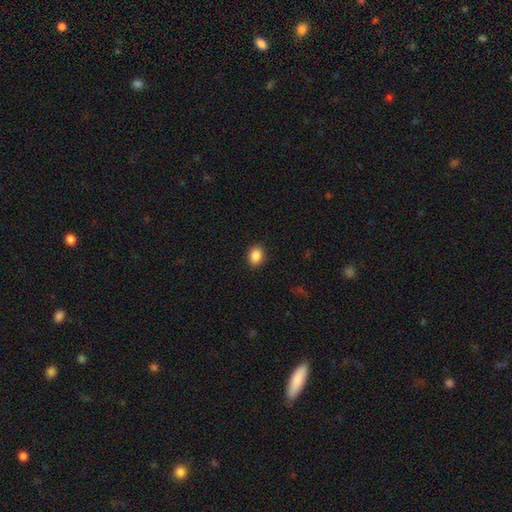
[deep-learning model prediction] Smooth or featured?
  - smooth: 88% *
  - star or artifact: 9%
  - featured or disk: 4%
How rounded?
  - in between: 56% *
  - round: 43%
  - cigar-shaped: 1%
Merging?
  - none: 90% *
  - minor disturbance: 7%
  - major disturbance: 2%
  - merger: 1%